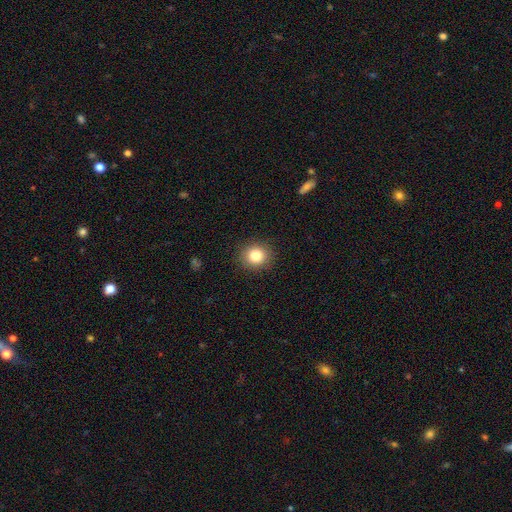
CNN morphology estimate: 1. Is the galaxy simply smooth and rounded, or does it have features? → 84% smooth, 10% star or artifact, 6% featured or disk.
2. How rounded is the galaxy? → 86% round, 14% in between, 1% cigar-shaped.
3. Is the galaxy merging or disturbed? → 90% none, 7% minor disturbance, 2% major disturbance, 1% merger.